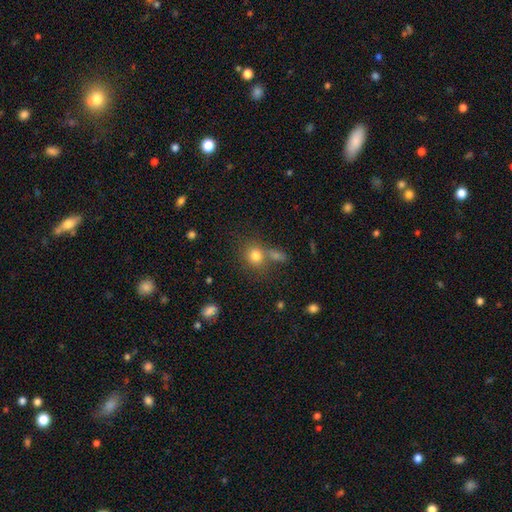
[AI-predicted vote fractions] Smooth or featured?
  - smooth: 79% *
  - star or artifact: 12%
  - featured or disk: 9%
How rounded?
  - round: 73% *
  - in between: 26%
  - cigar-shaped: 1%
Merging?
  - none: 59% *
  - merger: 24%
  - minor disturbance: 12%
  - major disturbance: 5%